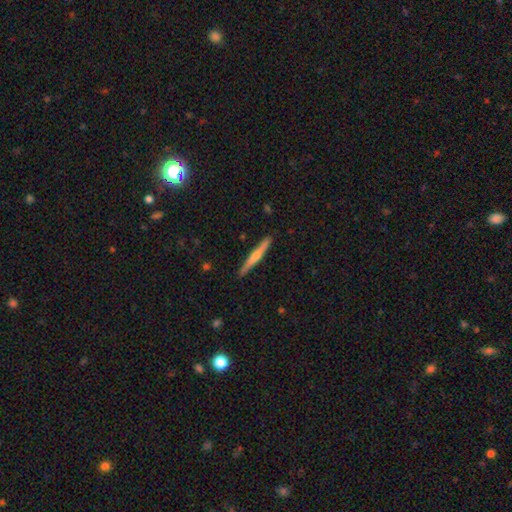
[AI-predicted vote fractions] Smooth or featured? featured or disk (58%)
Edge-on disk? yes (98%)
Edge-on bulge? rounded (78%)
Merging? none (90%)